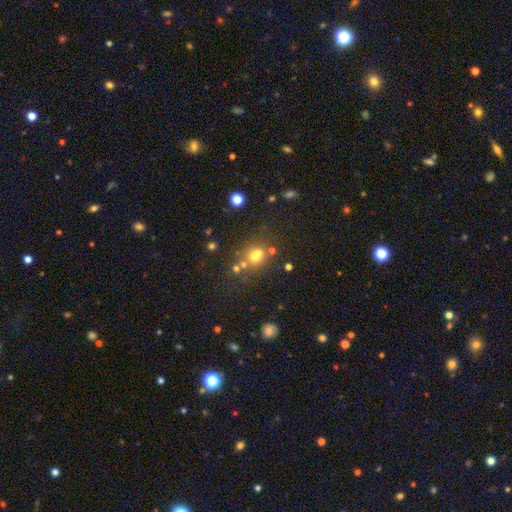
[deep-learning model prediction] This is likely a smooth galaxy (60%). How rounded: likely round (67%). Merging: possibly none (51%).